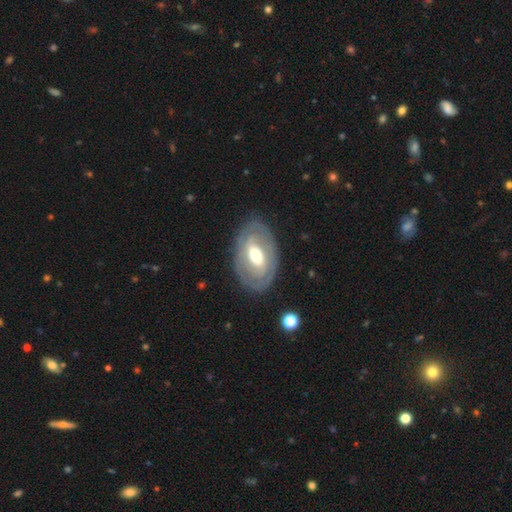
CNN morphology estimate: The model was most divided on "bar": no: 44%, weak: 34%, strong: 21%. More confident: edge-on disk — no (94%); merging — none (82%); smooth or featured — featured or disk (70%); bulge size — moderate (64%); spiral arms — yes (61%).